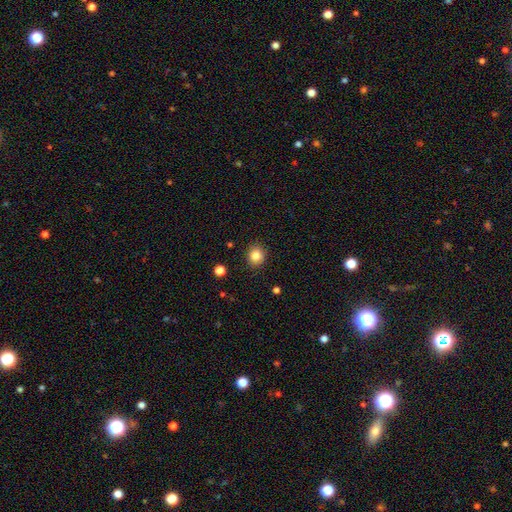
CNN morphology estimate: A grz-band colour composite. It shows a smooth galaxy with no disk features (84%) that is round (78%). Merging: none (90%).